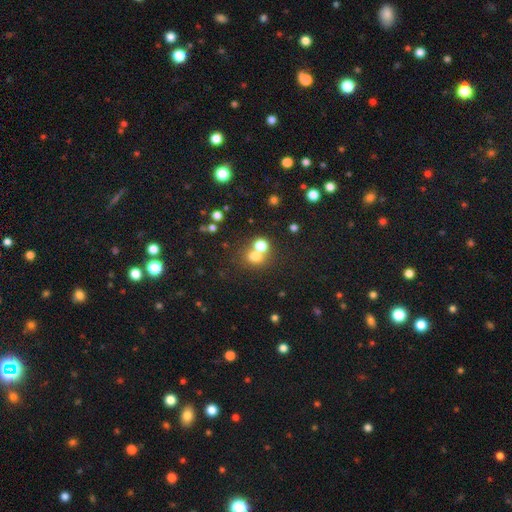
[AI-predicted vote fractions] smooth_or_featured: smooth (p=0.69) [alt: star or artifact p=0.19]
how_rounded: round (p=0.66) [alt: in between p=0.33]
merging: merger (p=0.45) [alt: none p=0.43]